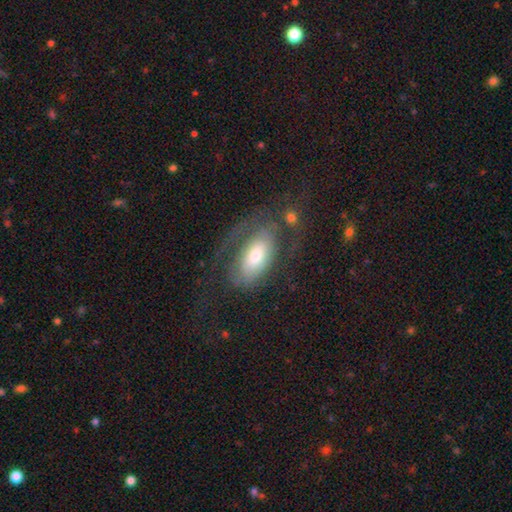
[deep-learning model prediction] Morphology: type=featured or disk (54%); edge-on=no (90%); merging=none (46%).